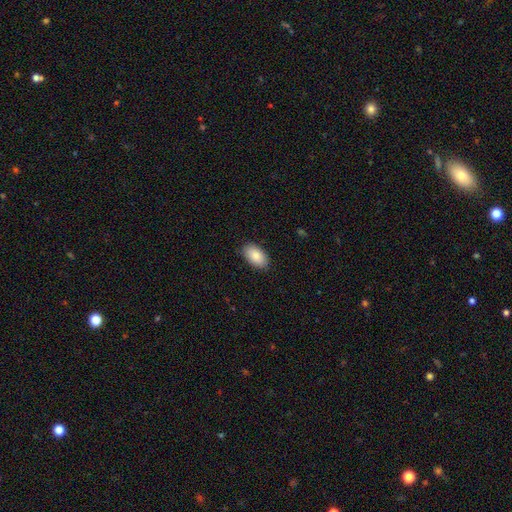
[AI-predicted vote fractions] smooth 86%, featured or disk 7%, star or artifact 7%. Down the decision tree: how rounded — in between (94%); merging — none (87%).